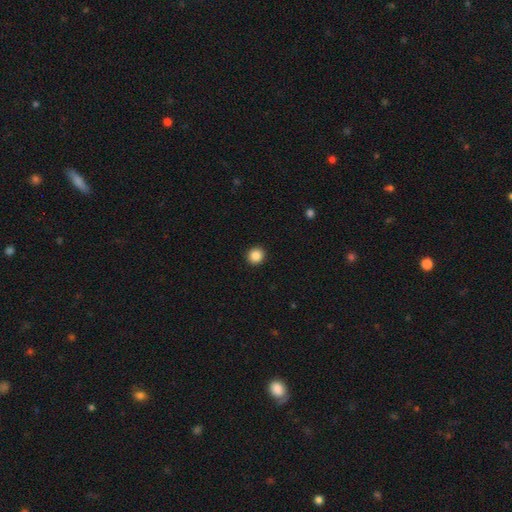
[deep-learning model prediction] smooth_or_featured: smooth (p=0.87) [alt: star or artifact p=0.10]
how_rounded: round (p=0.92) [alt: in between p=0.07]
merging: none (p=0.94) [alt: minor disturbance p=0.04]